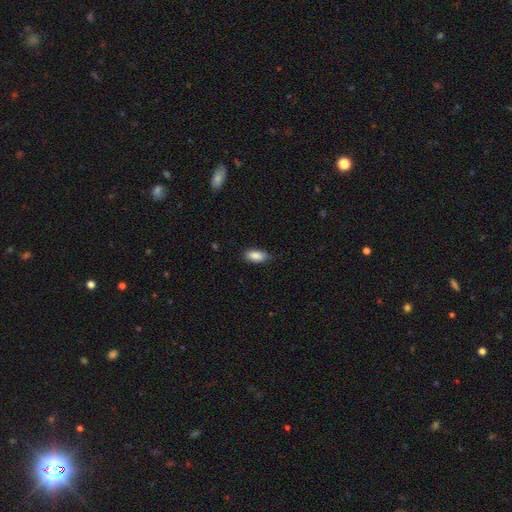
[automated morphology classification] Smooth or featured?
  - smooth: 88% *
  - star or artifact: 7%
  - featured or disk: 5%
How rounded?
  - in between: 90% *
  - cigar-shaped: 7%
  - round: 3%
Merging?
  - none: 78% *
  - minor disturbance: 18%
  - major disturbance: 3%
  - merger: 1%